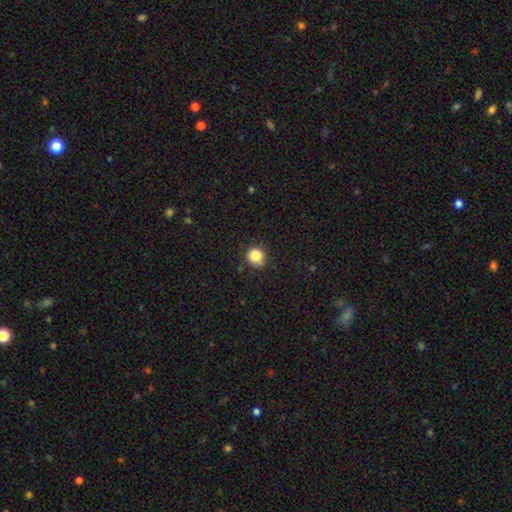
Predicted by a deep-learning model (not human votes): A smooth galaxy with no disk features (84%) that is round (85%). Merging: none (75%).